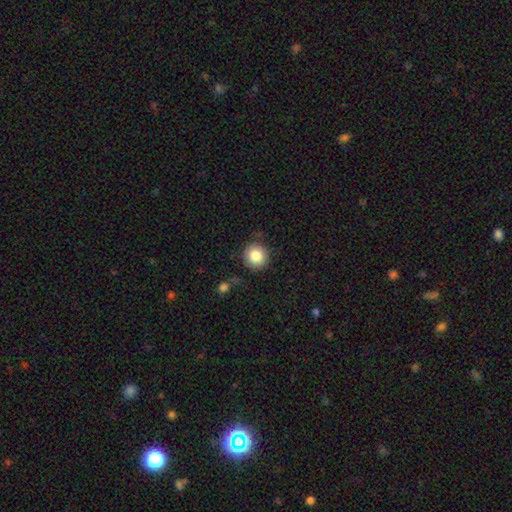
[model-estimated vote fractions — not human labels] A smooth galaxy with no disk features (84%) that is round (92%). Merging: none (86%).